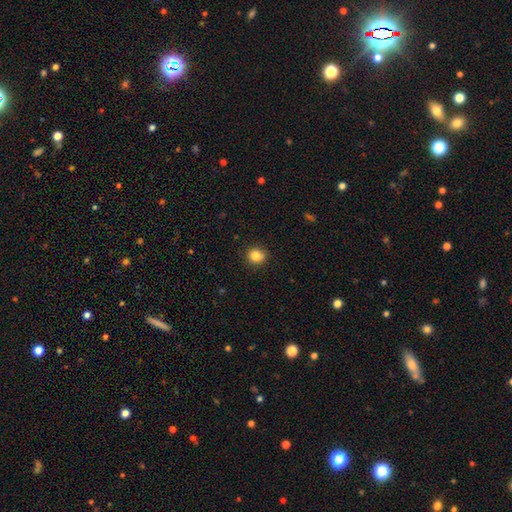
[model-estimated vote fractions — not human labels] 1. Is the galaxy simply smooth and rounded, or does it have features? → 85% smooth, 11% star or artifact, 5% featured or disk.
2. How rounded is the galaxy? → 80% round, 19% in between, 1% cigar-shaped.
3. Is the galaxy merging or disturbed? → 86% none, 10% minor disturbance, 2% major disturbance, 1% merger.